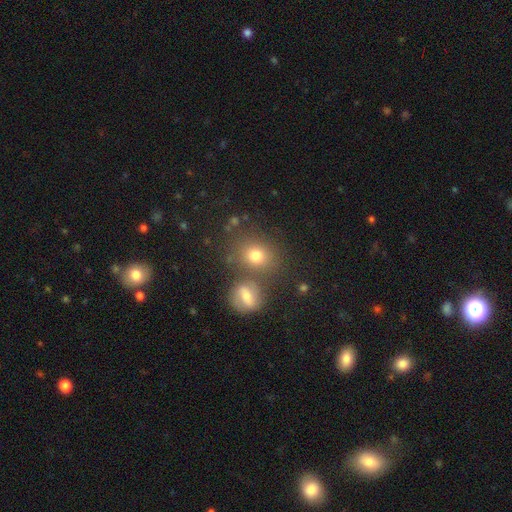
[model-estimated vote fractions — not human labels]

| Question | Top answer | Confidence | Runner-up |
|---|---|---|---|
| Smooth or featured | smooth | 76% | featured or disk (12%) |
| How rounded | round | 64% | in between (35%) |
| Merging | none | 65% | merger (20%) |